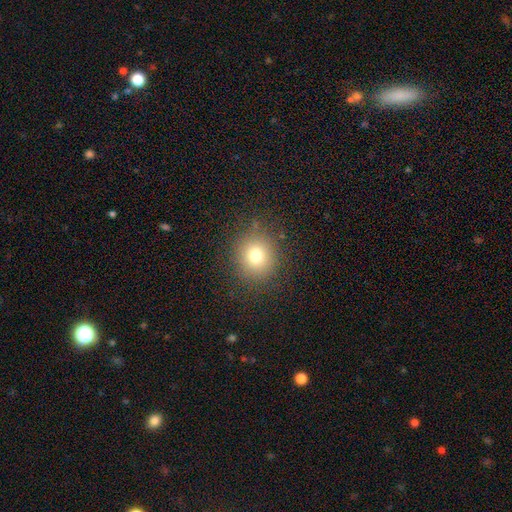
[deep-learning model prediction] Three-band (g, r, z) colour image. It shows a smooth galaxy with no disk features (75%) that is round (88%). Merging: none (86%).